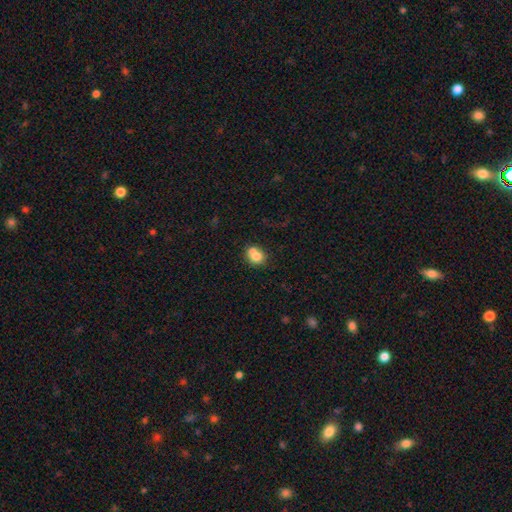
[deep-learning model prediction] Morphology: type=smooth (74%); roundness=round (71%); merging=merger (47%).